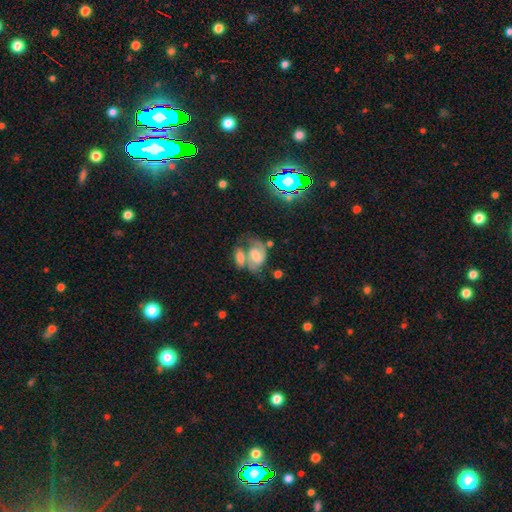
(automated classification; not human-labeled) featured or disk 68%, smooth 22%, star or artifact 10%. Down the decision tree: edge-on disk — no (97%); bar — weak (45%); spiral arms — yes (89%); spiral arm count — 2 (77%); spiral winding — medium (51%); bulge size — moderate (45%); merging — merger (45%).